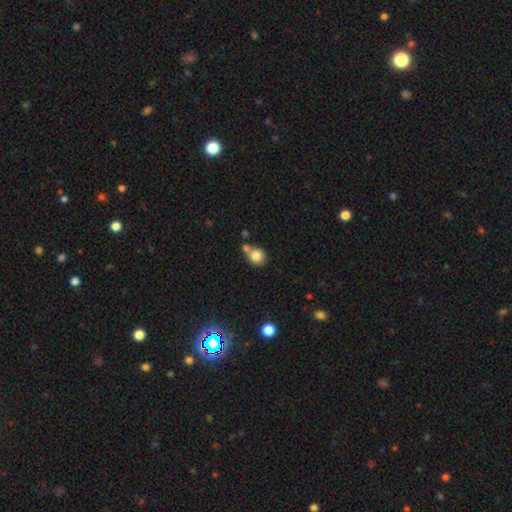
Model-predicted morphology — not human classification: type=smooth (79%); roundness=round (79%); merging=none (51%).